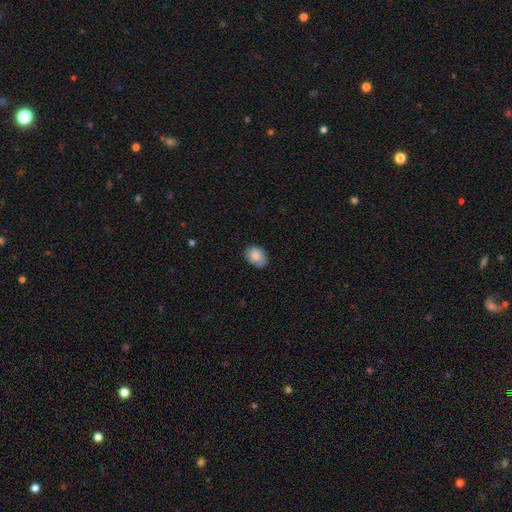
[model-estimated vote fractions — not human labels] Q: Smooth or featured?
A: smooth (80%); runner-up: featured or disk (12%)
Q: How rounded?
A: in between (70%); runner-up: round (29%)
Q: Merging?
A: none (74%); runner-up: minor disturbance (21%)